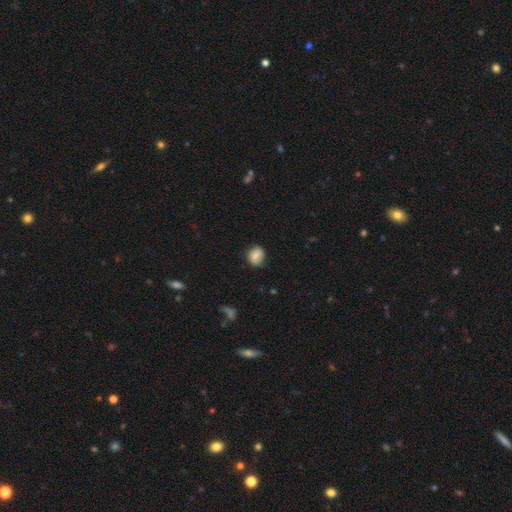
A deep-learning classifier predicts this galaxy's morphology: This is likely a smooth galaxy (73%). How rounded: likely round (64%). Merging: likely none (71%).